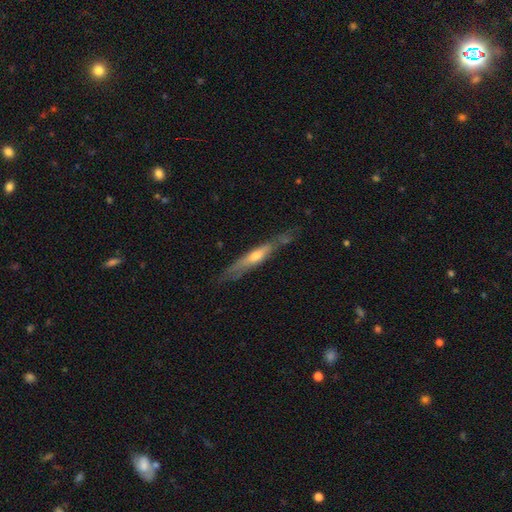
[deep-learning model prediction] Smooth or featured? featured or disk (61%)
Edge-on disk? yes (84%)
Edge-on bulge? rounded (73%)
Merging? none (70%)